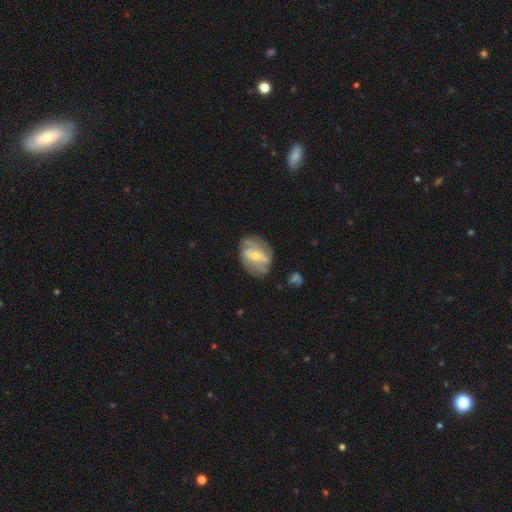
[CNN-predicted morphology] featured or disk 82%, smooth 12%, star or artifact 6%. Down the decision tree: edge-on disk — no (97%); bar — weak (44%); spiral arms — yes (93%); spiral arm count — 3 (31%); spiral winding — tight (44%); bulge size — small (51%); merging — none (70%).